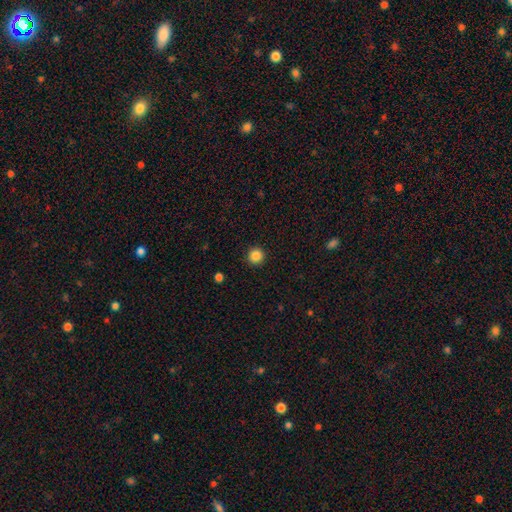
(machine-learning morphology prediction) Q: Smooth or featured?
A: smooth (86%); runner-up: star or artifact (11%)
Q: How rounded?
A: round (96%); runner-up: in between (3%)
Q: Merging?
A: none (93%); runner-up: minor disturbance (5%)